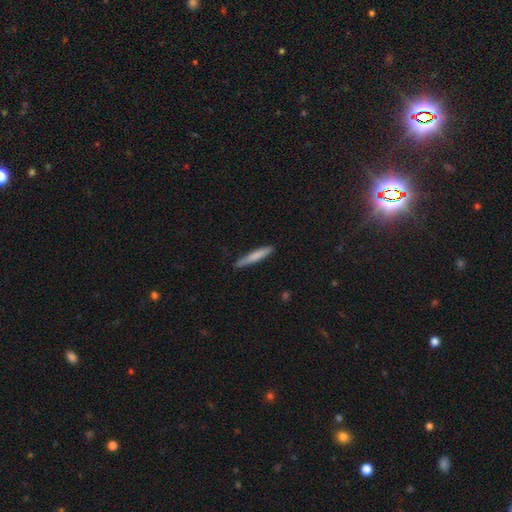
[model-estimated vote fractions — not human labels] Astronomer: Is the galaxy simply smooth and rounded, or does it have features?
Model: smooth — 76%.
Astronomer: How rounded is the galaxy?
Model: cigar-shaped — 94%.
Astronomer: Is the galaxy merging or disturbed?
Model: none — 86%.